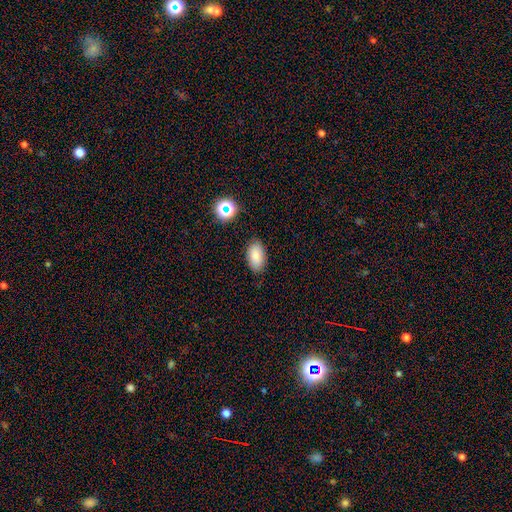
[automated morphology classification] Smooth or featured? Predicted: smooth (p=0.81). How rounded? Predicted: in between (p=0.93). Merging? Predicted: none (p=0.84).